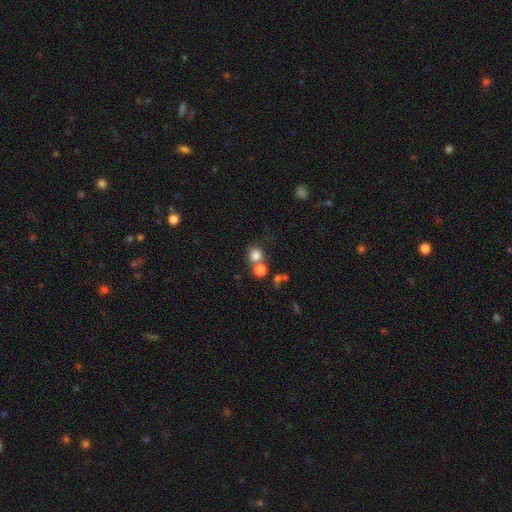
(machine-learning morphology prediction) This is likely a smooth galaxy (79%). How rounded: clearly round (86%). Merging: possibly none (55%).